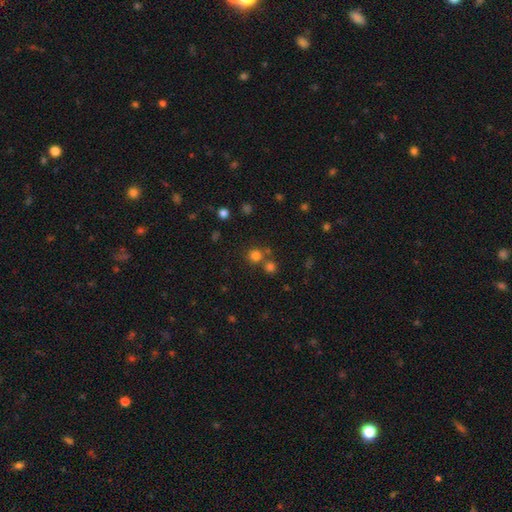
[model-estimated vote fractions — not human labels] Smooth or featured? Predicted: smooth (p=0.75). How rounded? Predicted: round (p=0.91). Merging? Predicted: none (p=0.68).